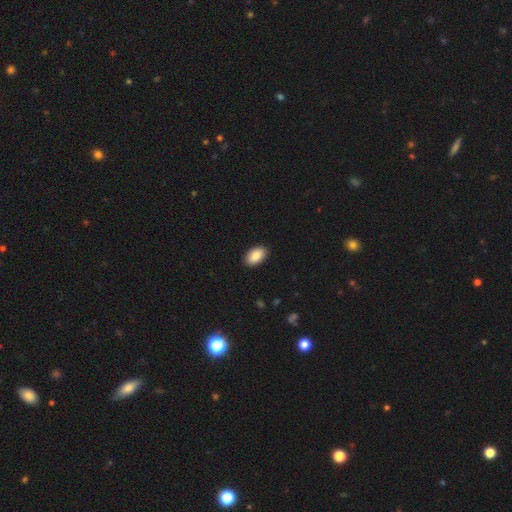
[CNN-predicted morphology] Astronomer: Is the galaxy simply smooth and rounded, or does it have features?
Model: smooth — 89%.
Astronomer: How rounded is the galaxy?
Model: in between — 93%.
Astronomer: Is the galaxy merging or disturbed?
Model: none — 90%.